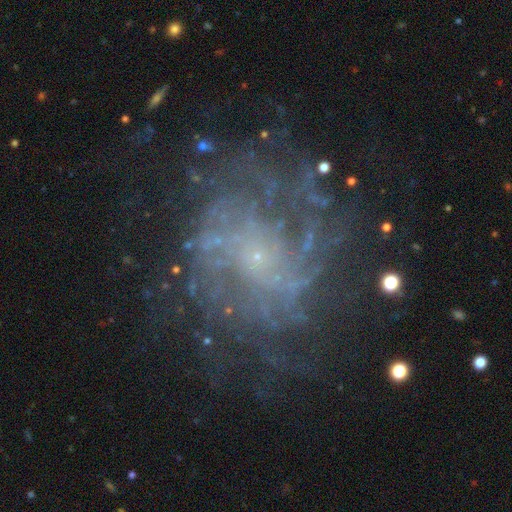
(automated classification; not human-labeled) Smooth or featured? Predicted: featured or disk (p=0.79). Edge-on disk? Predicted: no (p=0.97). Bar? Predicted: no (p=0.75). Spiral arms? Predicted: yes (p=0.86). Spiral winding? Predicted: tight (p=0.47). Spiral arm count? Predicted: can't tell (p=0.40). Bulge size? Predicted: small (p=0.80). Merging? Predicted: none (p=0.68).